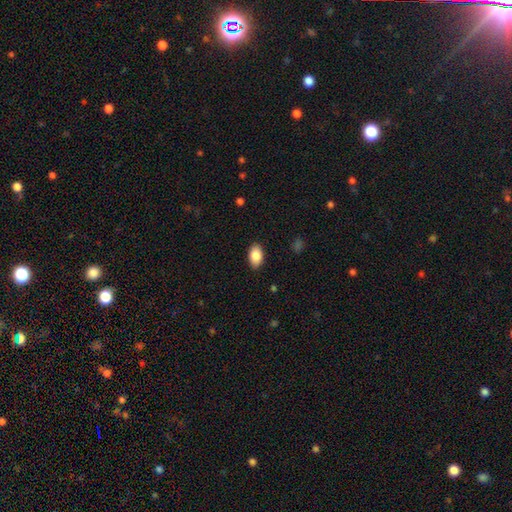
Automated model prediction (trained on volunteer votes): smooth_or_featured: smooth (p=0.87) [alt: star or artifact p=0.07]
how_rounded: in between (p=0.93) [alt: round p=0.05]
merging: none (p=0.88) [alt: minor disturbance p=0.09]